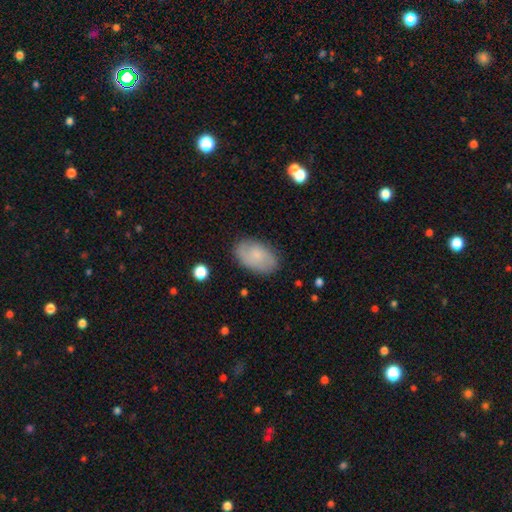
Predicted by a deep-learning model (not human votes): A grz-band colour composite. It shows a smooth galaxy with no disk features (63%) that is in between round and cigar-shaped (92%). Merging: none (82%).